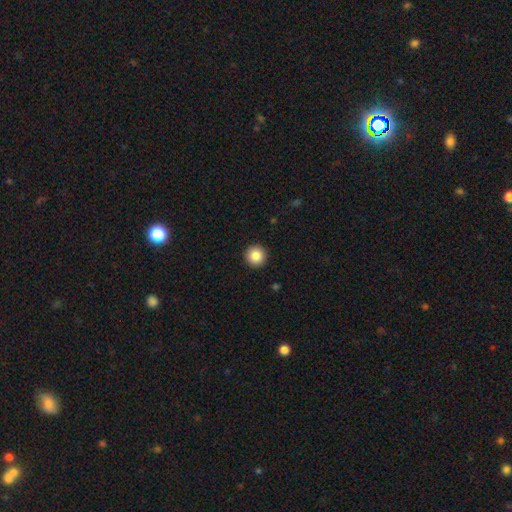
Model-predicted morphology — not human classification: Overall: smooth (86%). How rounded: round (96%). Merging: none (93%).